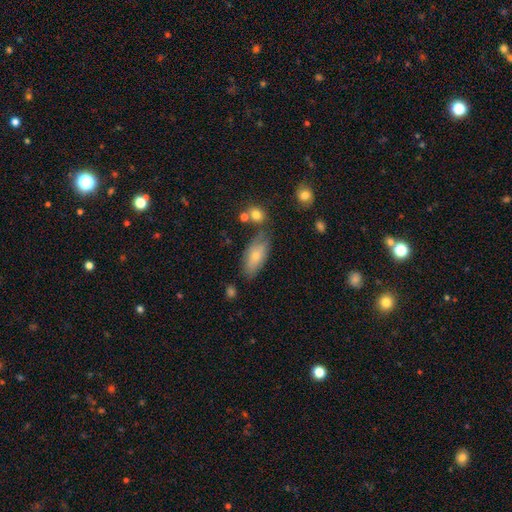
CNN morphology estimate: A smooth galaxy with no disk features (74%) that is in between round and cigar-shaped (87%).

Vote fractions:
- Smooth or featured? smooth: 74% / featured or disk: 20% / star or artifact: 7%
- How rounded? in between: 87% / cigar-shaped: 10% / round: 3%
- Merging? none: 63% / minor disturbance: 23% / merger: 8% / major disturbance: 6%